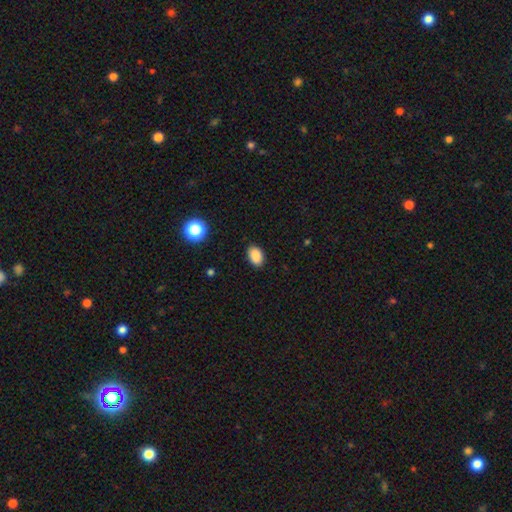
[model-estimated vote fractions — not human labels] smooth 87%, star or artifact 9%, featured or disk 4%. Down the decision tree: how rounded — in between (87%); merging — none (88%).